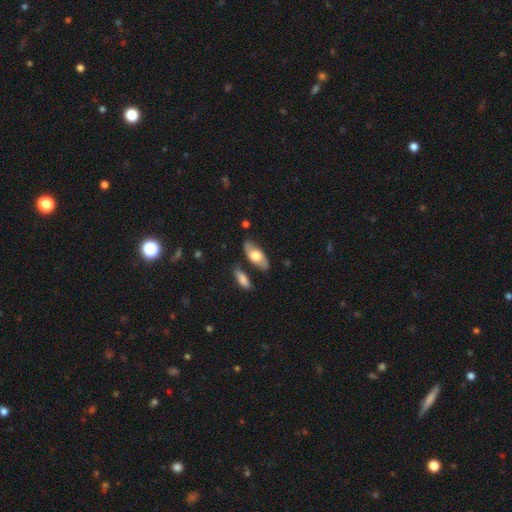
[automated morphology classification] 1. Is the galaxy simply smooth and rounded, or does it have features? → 51% smooth, 43% featured or disk, 6% star or artifact.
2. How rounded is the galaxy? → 84% in between, 12% cigar-shaped, 4% round.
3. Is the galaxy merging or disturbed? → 73% none, 16% minor disturbance, 6% merger, 5% major disturbance.